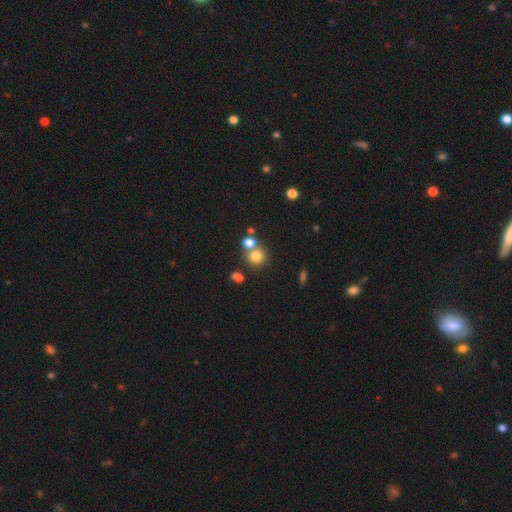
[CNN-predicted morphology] Smooth or featured: smooth — 76% (star or artifact — 15%)
How rounded: round — 86% (in between — 13%)
Merging: none — 55% (merger — 33%)